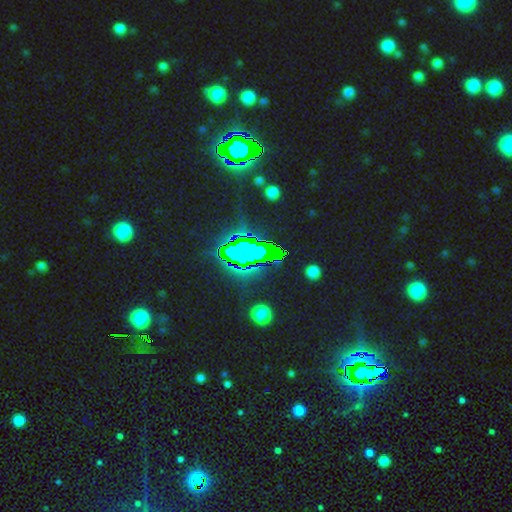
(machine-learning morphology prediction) Overall: star or artifact (81%).